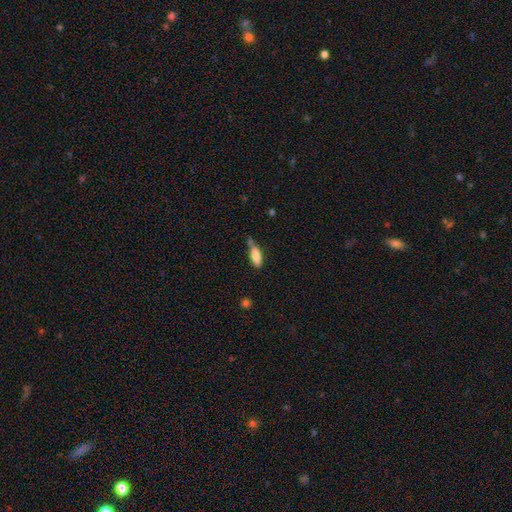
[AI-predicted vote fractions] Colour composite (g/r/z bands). It shows a smooth galaxy with no disk features (80%) that is in between round and cigar-shaped (66%). Merging: none (53%).